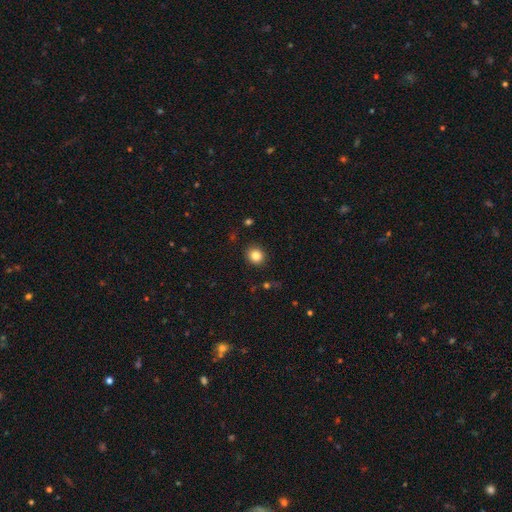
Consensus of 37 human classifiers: A smooth galaxy with no disk features (92%) that is round (85%).

Vote fractions:
- Smooth or featured? smooth: 92% / featured or disk: 5% / star or artifact: 3%
- How rounded? round: 85% / in between: 15% / cigar-shaped: 0%
- Merging? none: 86% / minor disturbance: 14% / major disturbance: 0% / merger: 0%